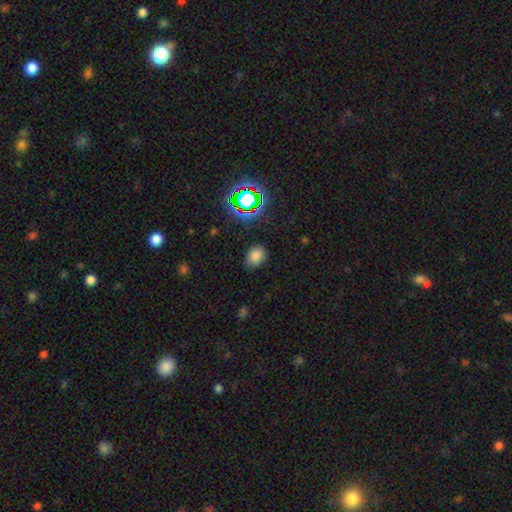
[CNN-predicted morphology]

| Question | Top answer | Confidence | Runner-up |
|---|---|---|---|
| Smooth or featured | smooth | 75% | star or artifact (18%) |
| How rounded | in between | 68% | round (31%) |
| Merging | none | 78% | minor disturbance (16%) |